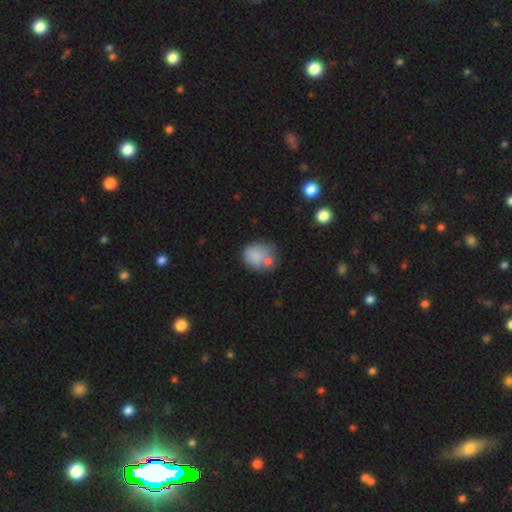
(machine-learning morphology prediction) Q: Smooth or featured?
A: smooth (74%); runner-up: featured or disk (17%)
Q: How rounded?
A: round (67%); runner-up: in between (32%)
Q: Merging?
A: none (46%); runner-up: merger (24%)